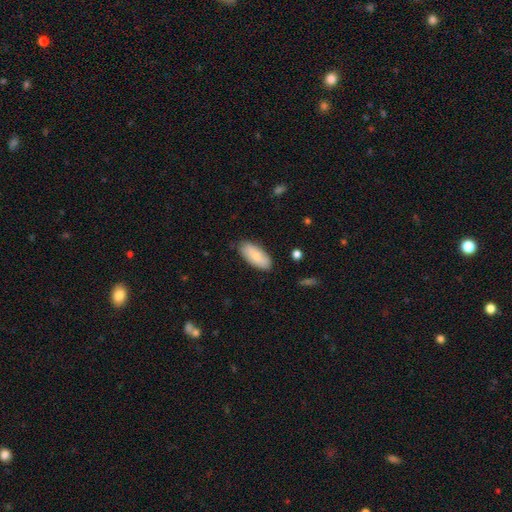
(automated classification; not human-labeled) Smooth or featured? smooth (78%)
How rounded? in between (87%)
Merging? none (82%)